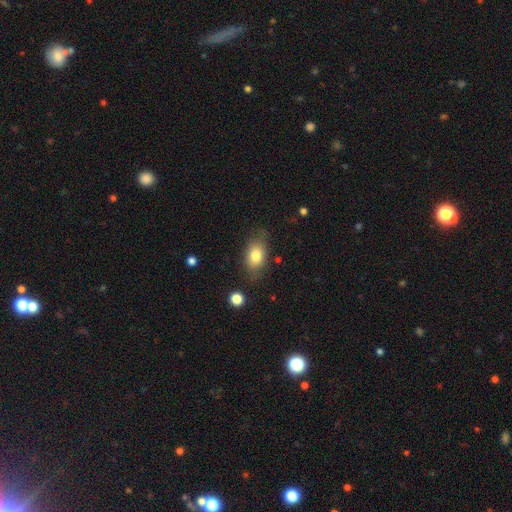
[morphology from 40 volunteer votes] smooth 70%, featured or disk 22%, star or artifact 8%. Down the decision tree: how rounded — in between (96%); merging — none (84%).